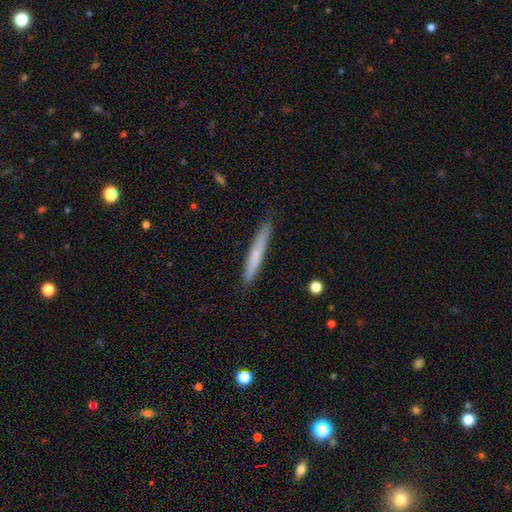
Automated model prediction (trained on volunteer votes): Q: Smooth or featured?
A: smooth (67%); runner-up: featured or disk (27%)
Q: How rounded?
A: cigar-shaped (96%); runner-up: in between (3%)
Q: Merging?
A: none (86%); runner-up: minor disturbance (11%)